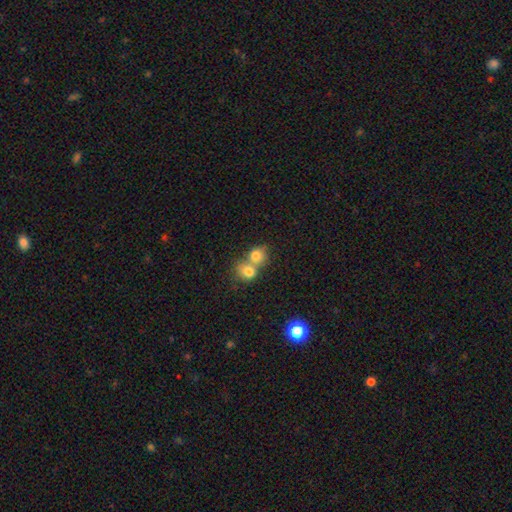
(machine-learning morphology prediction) The model was most divided on "merging": merger: 62%, none: 30%, minor disturbance: 5%, major disturbance: 3%. More confident: smooth or featured — smooth (79%); how rounded — round (77%).